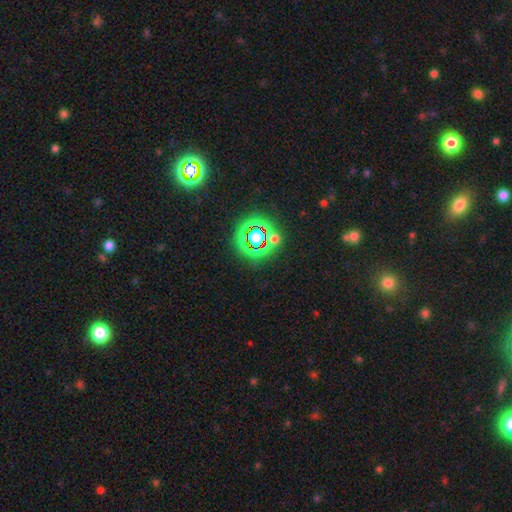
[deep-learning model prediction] A star or artifact, not a galaxy (74%).

Vote fractions:
- Smooth or featured? star or artifact: 74% / smooth: 17% / featured or disk: 8%